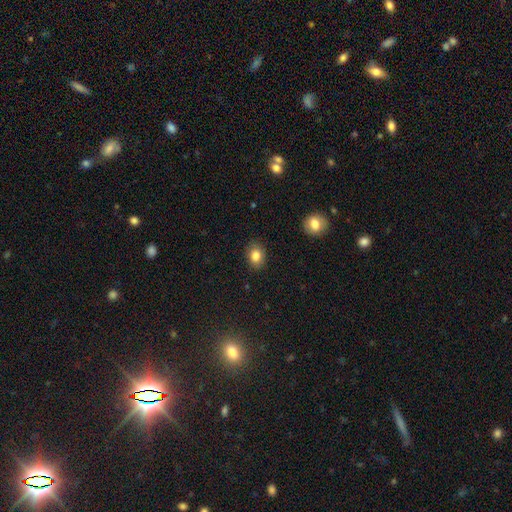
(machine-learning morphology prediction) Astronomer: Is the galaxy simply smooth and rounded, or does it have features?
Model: smooth — 83%.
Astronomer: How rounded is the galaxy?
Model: in between — 59% (runner-up: round, 40%).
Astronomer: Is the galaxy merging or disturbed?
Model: none — 87%.